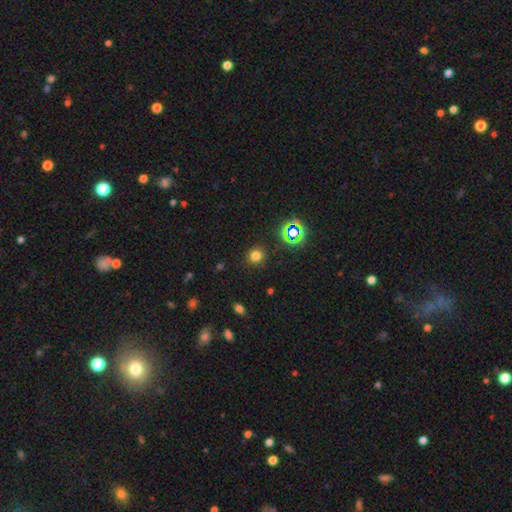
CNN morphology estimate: This is likely a smooth galaxy (73%). How rounded: clearly round (87%). Merging: clearly none (89%).